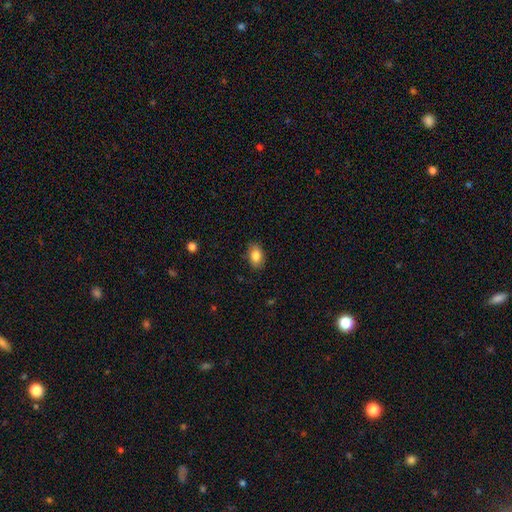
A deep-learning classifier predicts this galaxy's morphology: type=smooth (84%); roundness=in between (86%); merging=none (85%).